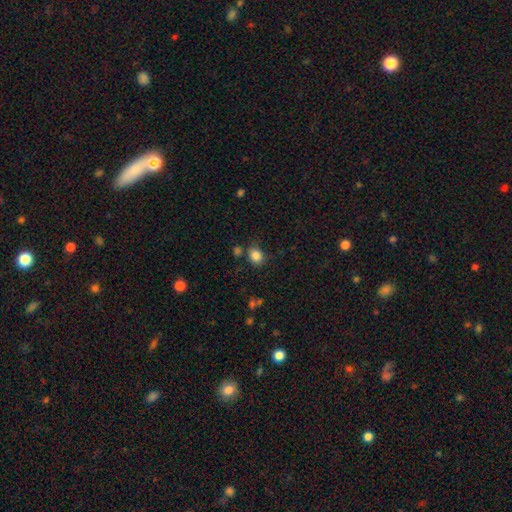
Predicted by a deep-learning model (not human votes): This is clearly a smooth galaxy (84%). How rounded: likely round (69%). Merging: likely none (74%).